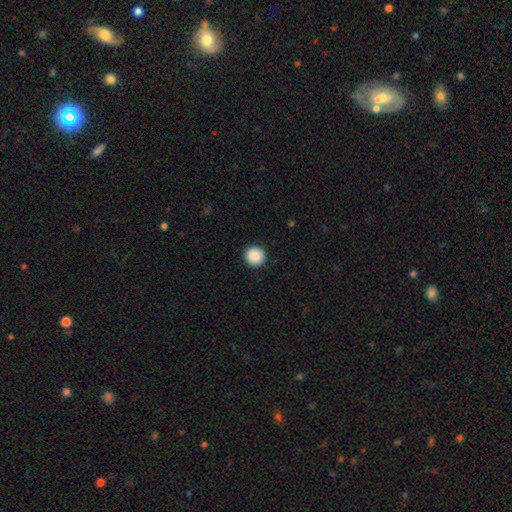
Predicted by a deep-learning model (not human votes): Smooth or featured?
  - smooth: 90% *
  - star or artifact: 8%
  - featured or disk: 2%
How rounded?
  - round: 95% *
  - in between: 4%
  - cigar-shaped: 1%
Merging?
  - none: 93% *
  - minor disturbance: 5%
  - major disturbance: 2%
  - merger: 1%